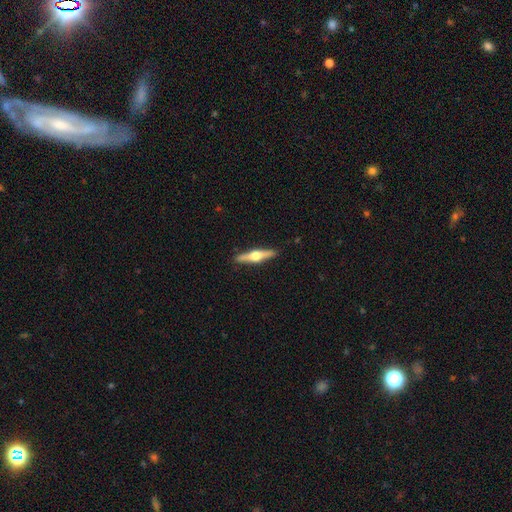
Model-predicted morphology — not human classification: This is likely a featured or disk galaxy (69%). It is clearly viewed edge-on (98%). Edge-on bulge: clearly rounded (95%). Merging: clearly none (91%).